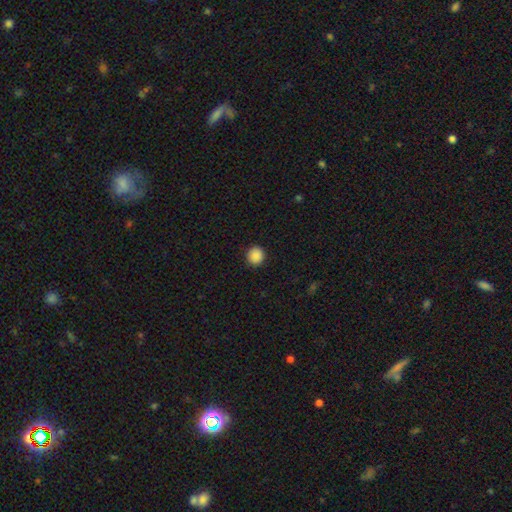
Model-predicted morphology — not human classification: smooth-or-featured: smooth: 88% | star or artifact: 9% | featured or disk: 3%
  how-rounded: round: 92% | in between: 7% | cigar-shaped: 1%
  merging: none: 92% | minor disturbance: 5% | major disturbance: 2% | merger: 1%